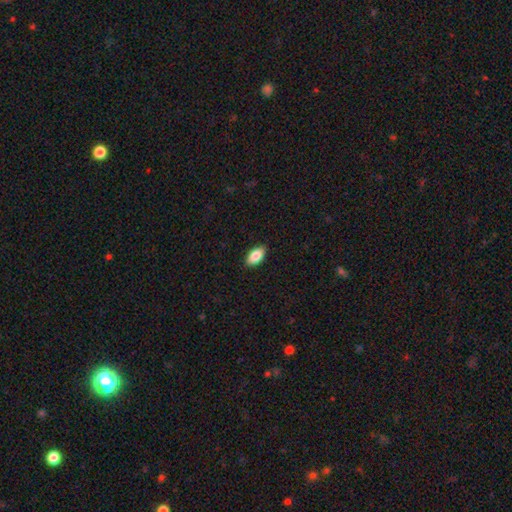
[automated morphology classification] smooth_or_featured: smooth (p=0.87) [alt: star or artifact p=0.07]
how_rounded: in between (p=0.94) [alt: round p=0.03]
merging: none (p=0.89) [alt: minor disturbance p=0.08]